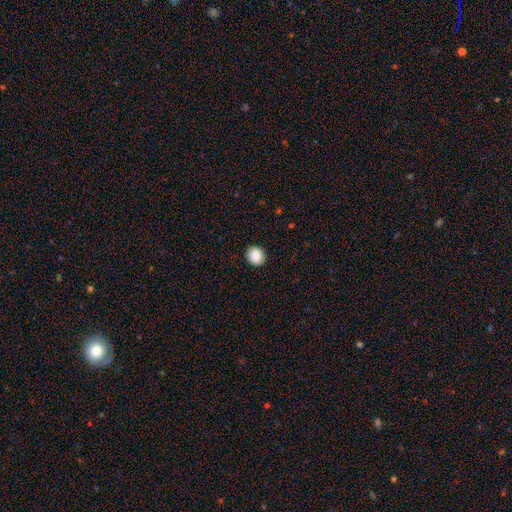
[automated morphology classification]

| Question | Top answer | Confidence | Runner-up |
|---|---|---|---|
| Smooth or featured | smooth | 86% | star or artifact (8%) |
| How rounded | round | 71% | in between (28%) |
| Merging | none | 90% | minor disturbance (7%) |